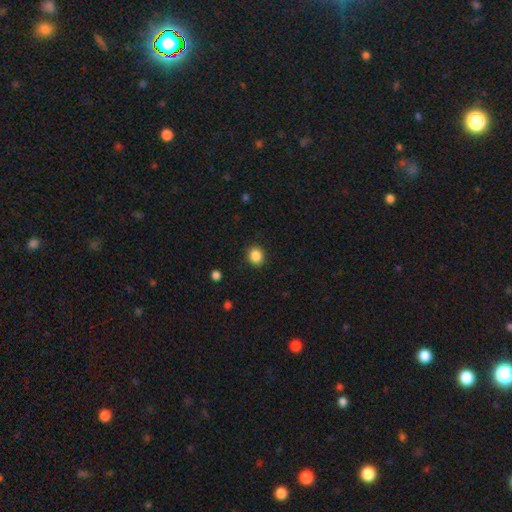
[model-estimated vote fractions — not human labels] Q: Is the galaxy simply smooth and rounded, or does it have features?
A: smooth — 87%.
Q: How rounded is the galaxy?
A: round — 75%.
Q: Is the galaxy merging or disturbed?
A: none — 90%.